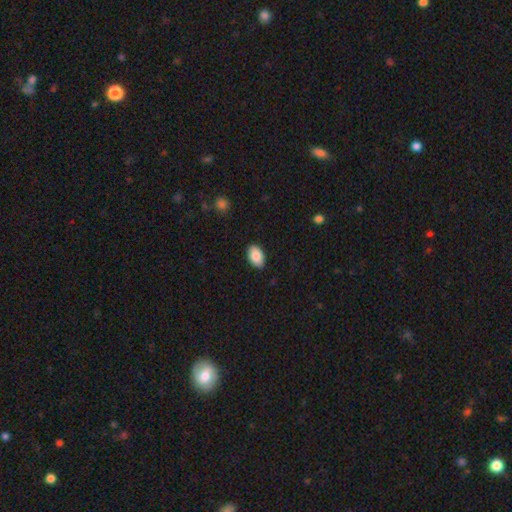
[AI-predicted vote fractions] Smooth or featured: smooth — 88% (star or artifact — 6%)
How rounded: in between — 92% (round — 7%)
Merging: none — 88% (minor disturbance — 9%)